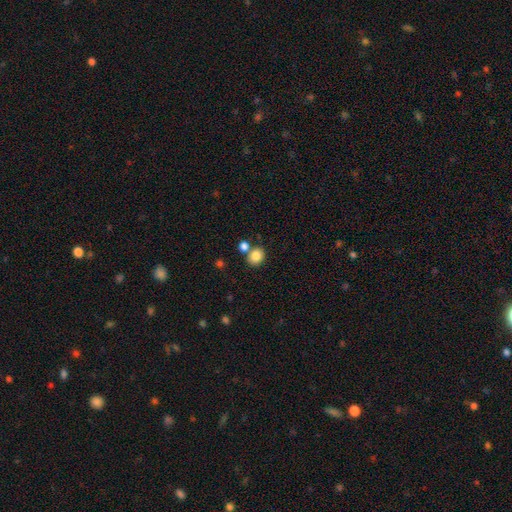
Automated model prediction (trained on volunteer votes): A smooth galaxy with no disk features (84%) that is round (64%).

Vote fractions:
- Smooth or featured? smooth: 84% / star or artifact: 10% / featured or disk: 6%
- How rounded? round: 64% / in between: 35% / cigar-shaped: 1%
- Merging? none: 65% / merger: 22% / minor disturbance: 10% / major disturbance: 3%